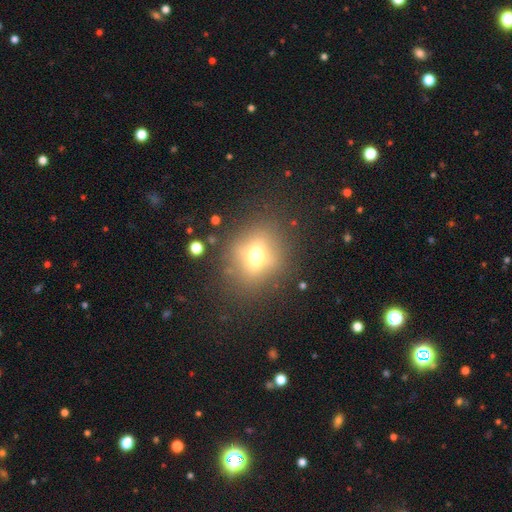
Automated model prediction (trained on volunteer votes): smooth_or_featured: smooth (p=0.60) [alt: featured or disk p=0.23]
how_rounded: round (p=0.55) [alt: in between p=0.42]
merging: none (p=0.76) [alt: minor disturbance p=0.13]